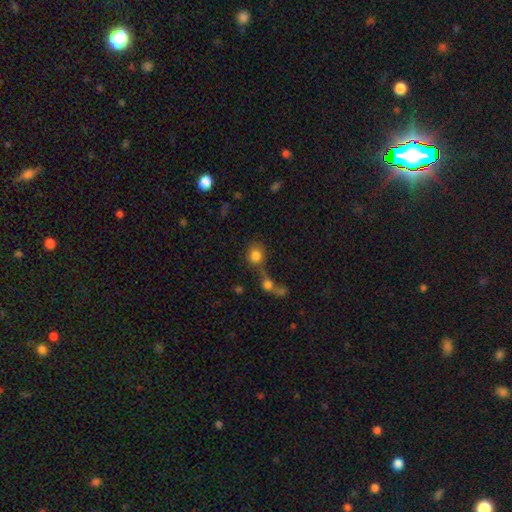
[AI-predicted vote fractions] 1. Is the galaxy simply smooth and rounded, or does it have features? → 80% smooth, 11% star or artifact, 9% featured or disk.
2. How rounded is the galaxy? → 75% round, 24% in between, 1% cigar-shaped.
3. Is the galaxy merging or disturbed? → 41% none, 39% merger, 11% minor disturbance, 9% major disturbance.